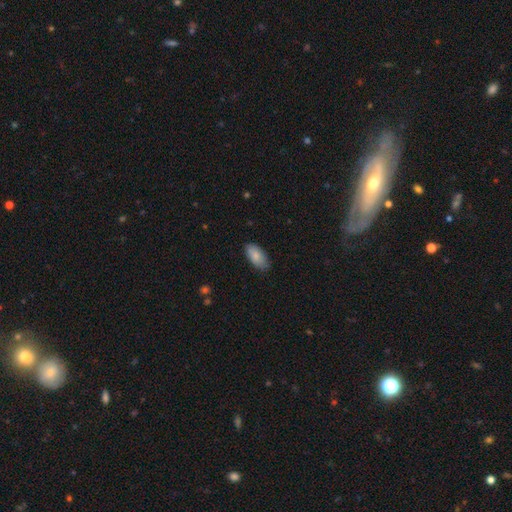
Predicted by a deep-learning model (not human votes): Smooth or featured: smooth — 85% (featured or disk — 9%)
How rounded: in between — 93% (cigar-shaped — 5%)
Merging: none — 82% (minor disturbance — 14%)